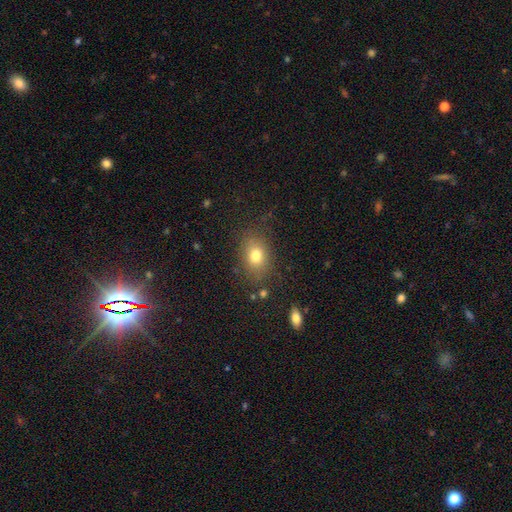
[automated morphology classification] Q: Smooth or featured?
A: smooth (76%); runner-up: star or artifact (12%)
Q: How rounded?
A: in between (66%); runner-up: round (33%)
Q: Merging?
A: none (80%); runner-up: minor disturbance (13%)